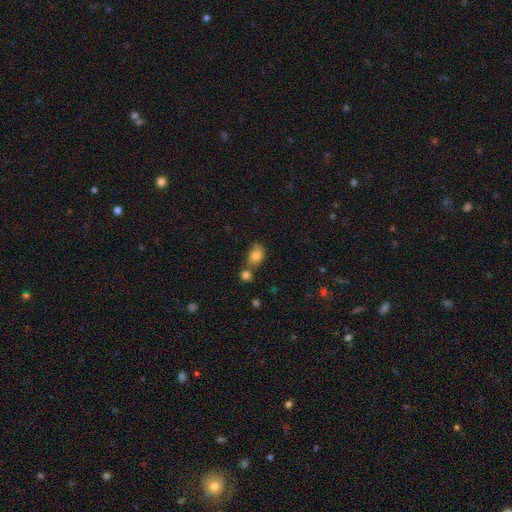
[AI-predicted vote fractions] The model was most divided on "merging": none: 49%, merger: 28%, minor disturbance: 18%, major disturbance: 6%. More confident: smooth or featured — smooth (81%); how rounded — in between (61%).